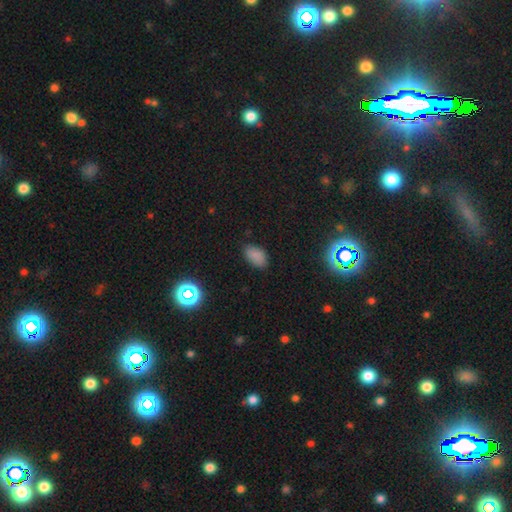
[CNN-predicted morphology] A smooth galaxy with no disk features (82%) that is in between round and cigar-shaped (92%). Merging: none (80%).